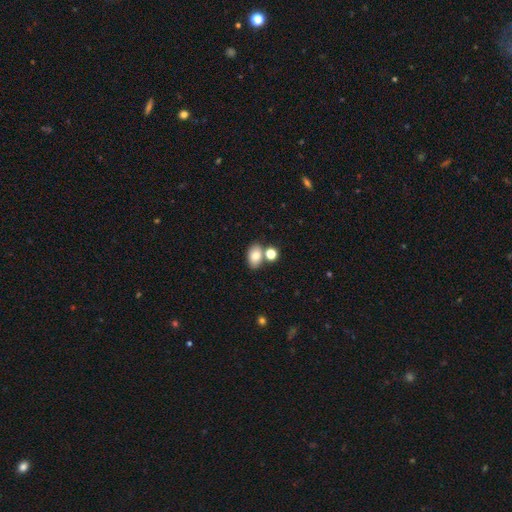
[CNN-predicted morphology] smooth_or_featured: smooth (p=0.79) [alt: featured or disk p=0.11]
how_rounded: in between (p=0.81) [alt: round p=0.18]
merging: none (p=0.63) [alt: merger p=0.23]